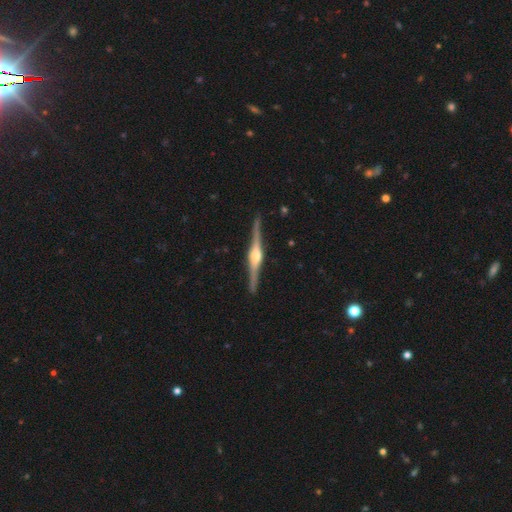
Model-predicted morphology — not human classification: A featured or disk galaxy (87%) viewed edge-on (99%) with a rounded central bulge (89%).

Vote fractions:
- Smooth or featured? featured or disk: 87% / smooth: 8% / star or artifact: 4%
- Edge-on disk? yes: 99% / no: 1%
- Edge-on bulge? rounded: 89% / boxy: 9% / none: 2%
- Merging? none: 91% / minor disturbance: 7% / major disturbance: 1% / merger: 1%